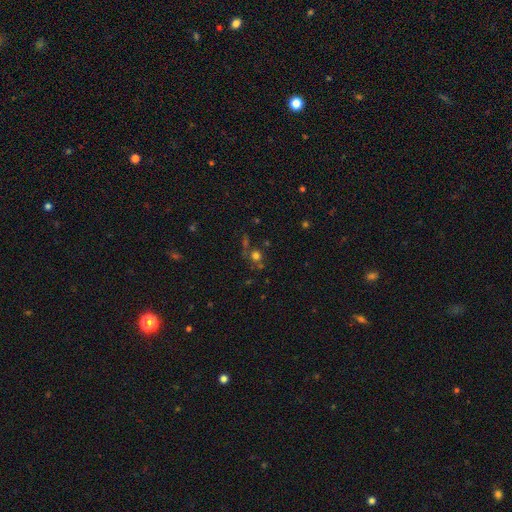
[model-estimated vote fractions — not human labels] Smooth or featured? smooth (59%)
How rounded? round (89%)
Merging? none (64%)